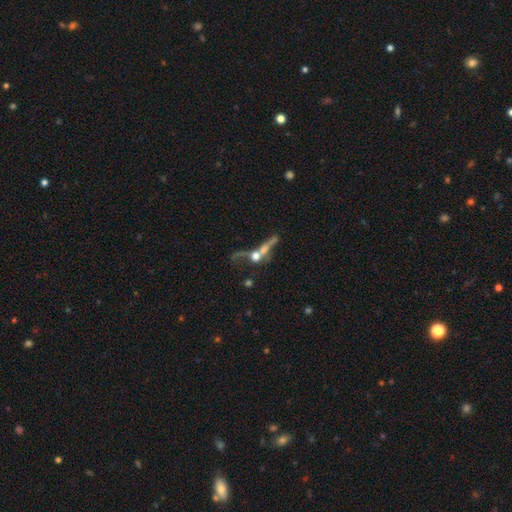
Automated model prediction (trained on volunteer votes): The model was most divided on "smooth or featured": featured or disk: 47%, smooth: 39%, star or artifact: 15%. Remaining: merging — merger (50%).